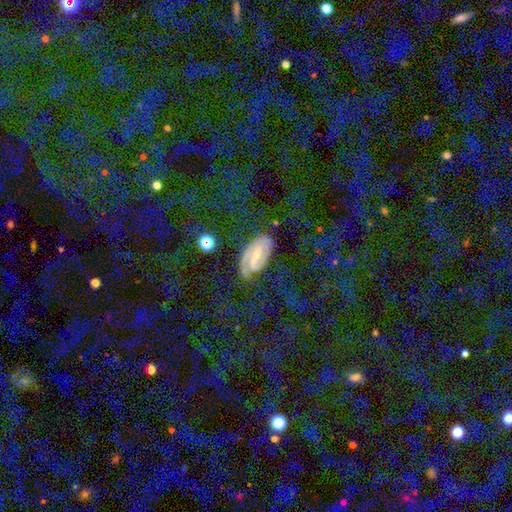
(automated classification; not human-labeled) This is possibly a featured or disk galaxy (56%). It is clearly not viewed edge-on (91%). Bar: marginally strong (43%). Spiral arm pattern: clearly yes (81%). Central bulge: possibly small (59%). Merging: likely none (66%).